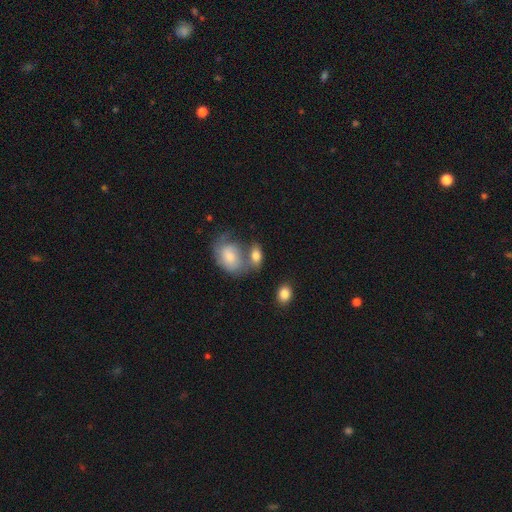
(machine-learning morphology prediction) Overall: smooth (75%). How rounded: in between (81%). Merging: none (39%; merger 38%).